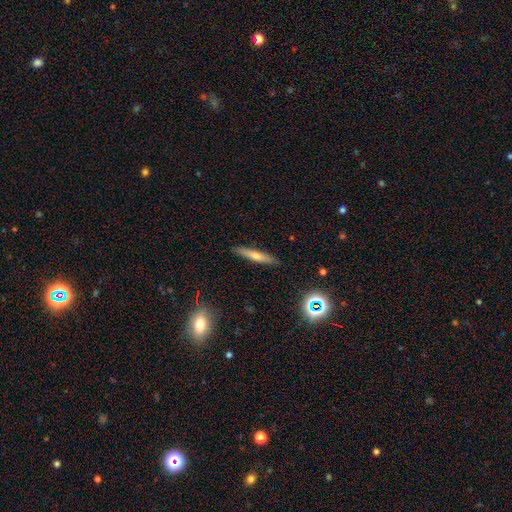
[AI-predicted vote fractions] smooth 58%, featured or disk 33%, star or artifact 9%. Down the decision tree: how rounded — cigar-shaped (89%); merging — none (89%).